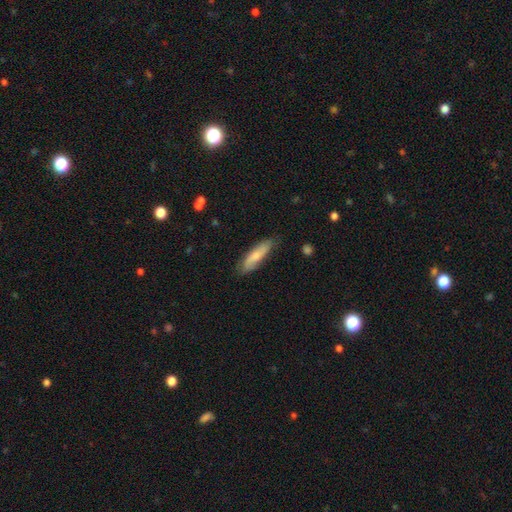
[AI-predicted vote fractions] Smooth or featured? Predicted: smooth (p=0.63). How rounded? Predicted: cigar-shaped (p=0.61). Merging? Predicted: none (p=0.77).